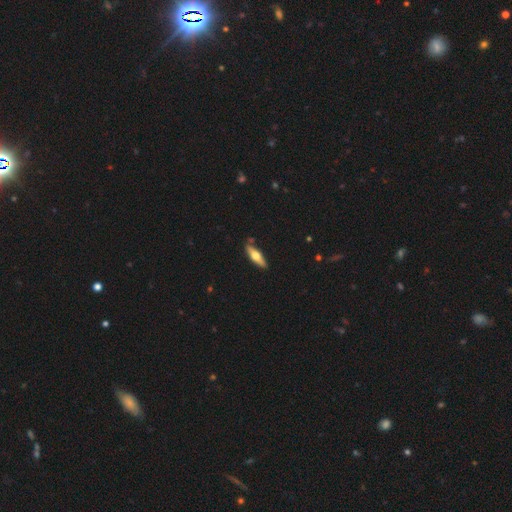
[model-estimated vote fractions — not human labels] Smooth or featured? smooth (51%)
How rounded? cigar-shaped (58%)
Merging? none (85%)